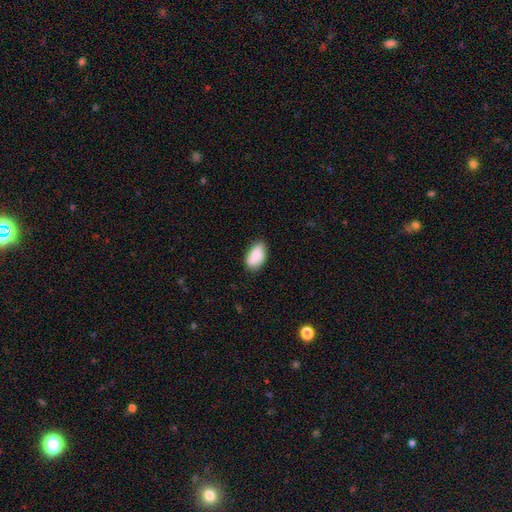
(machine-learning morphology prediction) Smooth or featured?
  - smooth: 86% *
  - featured or disk: 8%
  - star or artifact: 6%
How rounded?
  - in between: 93% *
  - round: 5%
  - cigar-shaped: 2%
Merging?
  - none: 77% *
  - minor disturbance: 19%
  - major disturbance: 3%
  - merger: 1%